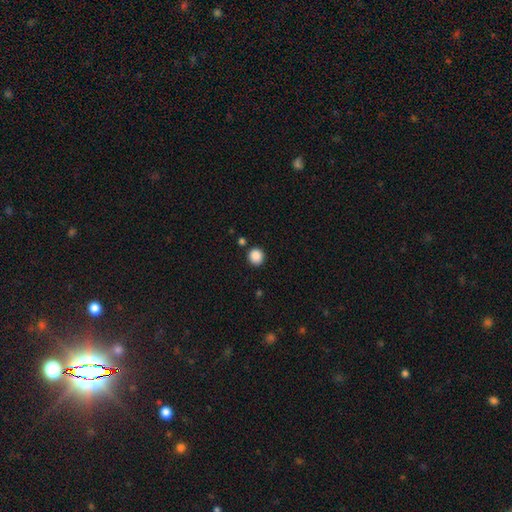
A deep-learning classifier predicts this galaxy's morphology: Smooth or featured? smooth (88%)
How rounded? round (90%)
Merging? none (87%)